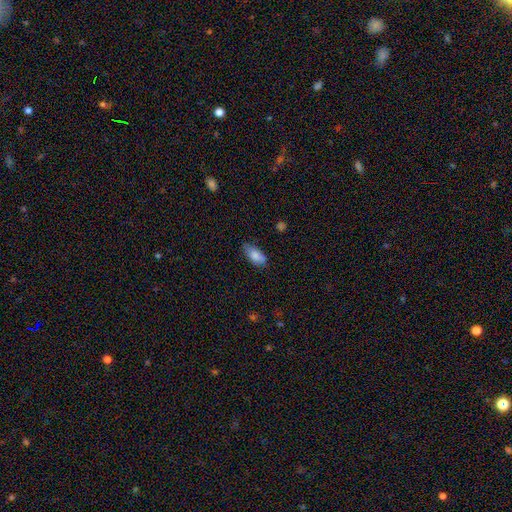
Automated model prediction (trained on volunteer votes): Smooth or featured? Predicted: smooth (p=0.83). How rounded? Predicted: in between (p=0.88). Merging? Predicted: none (p=0.66).